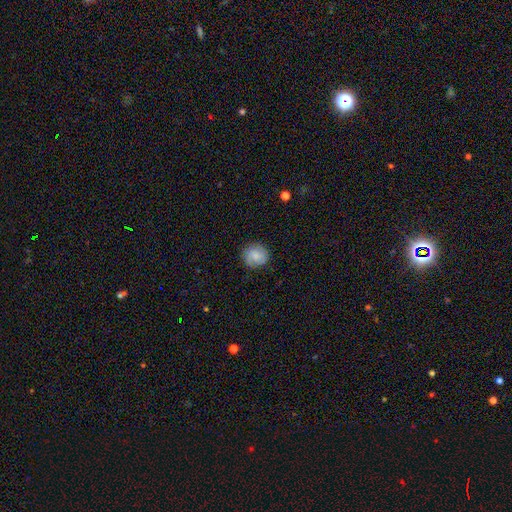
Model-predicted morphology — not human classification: Overall: smooth (73%). How rounded: round (84%). Merging: none (82%).